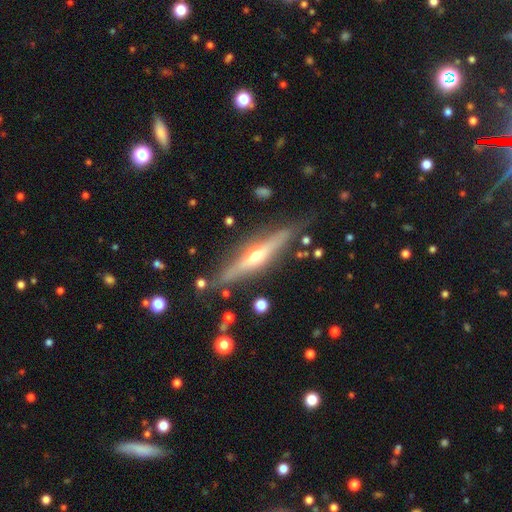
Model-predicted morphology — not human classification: Smooth or featured: featured or disk — 74% (smooth — 20%)
Edge-on disk: yes — 95% (no — 5%)
Edge-on bulge: rounded — 90% (none — 7%)
Merging: none — 84% (minor disturbance — 11%)